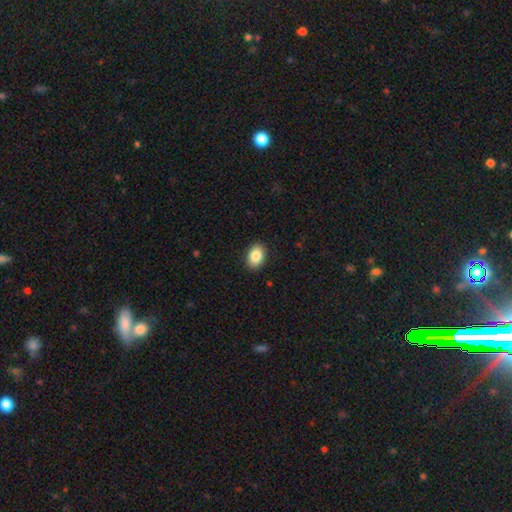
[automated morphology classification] A smooth galaxy with no disk features (86%) that is in between round and cigar-shaped (82%). Merging: none (90%).